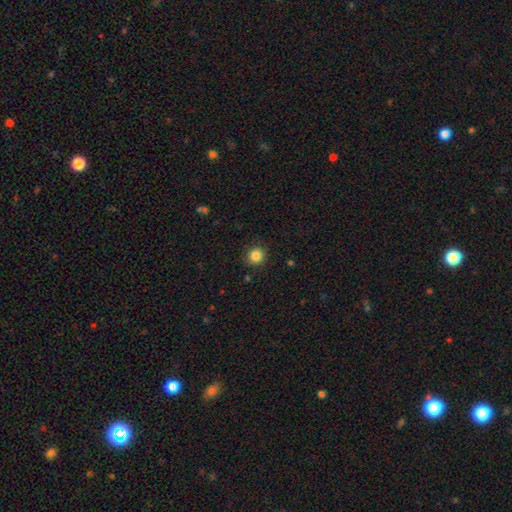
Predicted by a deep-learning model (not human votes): Smooth or featured? Predicted: smooth (p=0.85). How rounded? Predicted: round (p=0.86). Merging? Predicted: none (p=0.88).